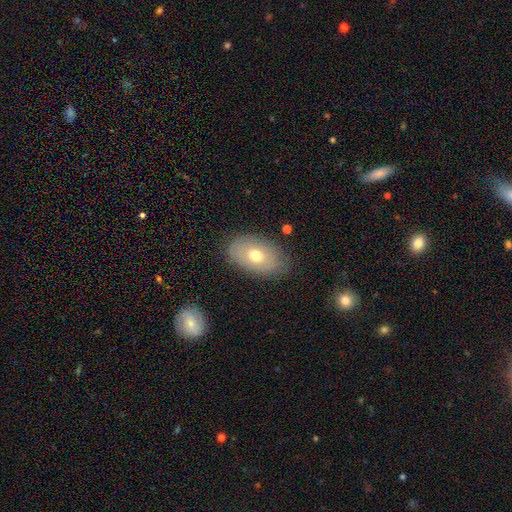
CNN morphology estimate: smooth 58%, featured or disk 35%, star or artifact 7%. Down the decision tree: how rounded — in between (90%); merging — none (80%).